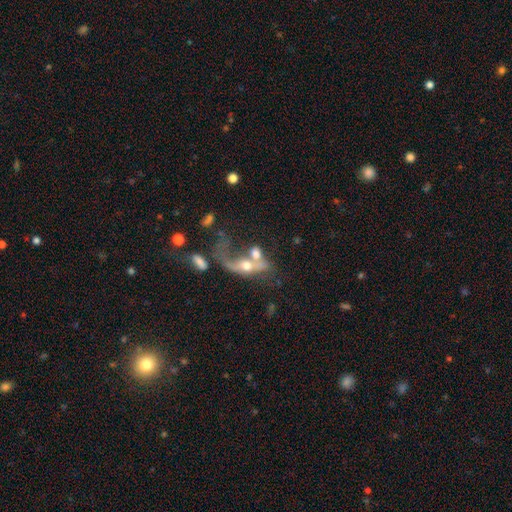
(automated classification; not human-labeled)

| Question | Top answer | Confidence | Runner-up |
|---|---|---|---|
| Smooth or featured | featured or disk | 54% | smooth (35%) |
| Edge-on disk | no | 78% | yes (22%) |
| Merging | merger | 54% | major disturbance (22%) |